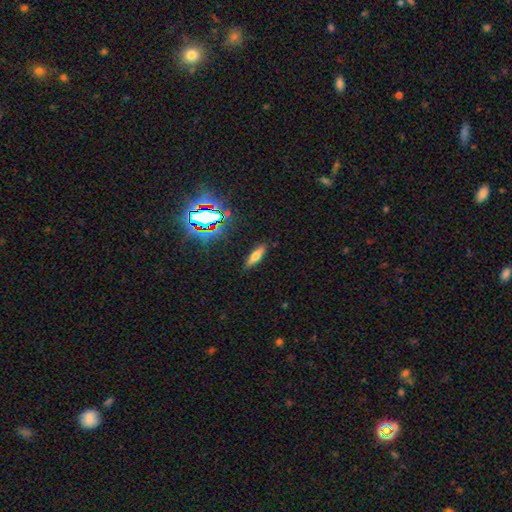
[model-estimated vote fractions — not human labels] Q: Smooth or featured?
A: smooth (59%); runner-up: featured or disk (25%)
Q: How rounded?
A: cigar-shaped (53%); runner-up: in between (43%)
Q: Merging?
A: none (87%); runner-up: minor disturbance (9%)